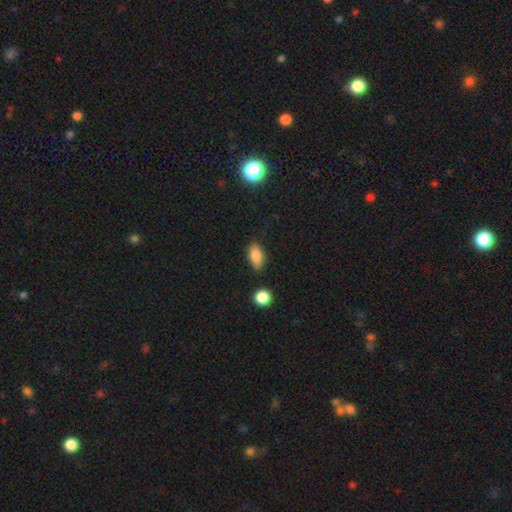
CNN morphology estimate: Smooth or featured?
  - smooth: 83% *
  - star or artifact: 8%
  - featured or disk: 8%
How rounded?
  - in between: 86% *
  - cigar-shaped: 8%
  - round: 6%
Merging?
  - none: 80% *
  - minor disturbance: 14%
  - major disturbance: 3%
  - merger: 3%